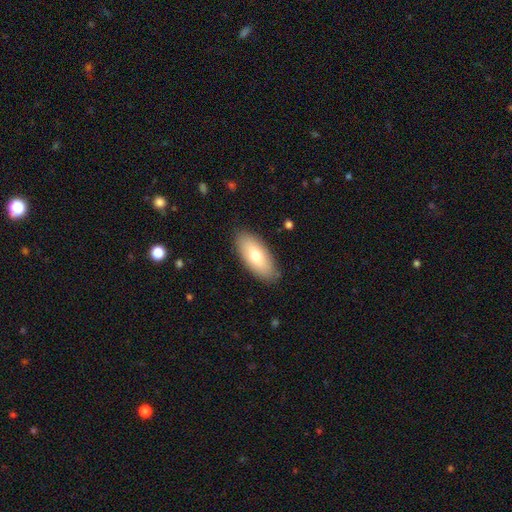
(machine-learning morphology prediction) Smooth or featured?
  - smooth: 71% *
  - featured or disk: 23%
  - star or artifact: 6%
How rounded?
  - in between: 87% *
  - cigar-shaped: 11%
  - round: 2%
Merging?
  - none: 86% *
  - minor disturbance: 10%
  - major disturbance: 2%
  - merger: 1%